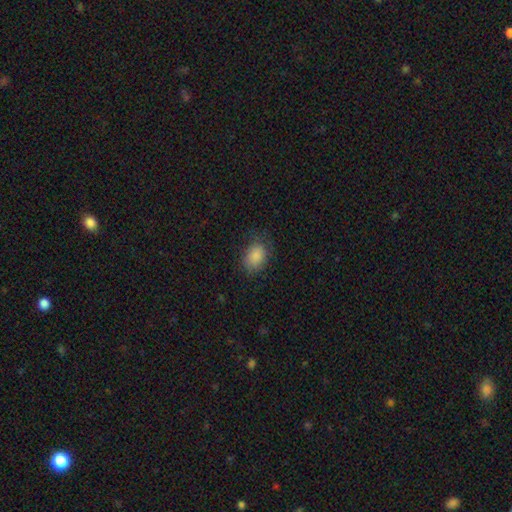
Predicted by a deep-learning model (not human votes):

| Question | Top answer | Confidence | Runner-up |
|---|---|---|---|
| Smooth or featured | smooth | 87% | star or artifact (8%) |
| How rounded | in between | 74% | round (25%) |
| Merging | none | 74% | minor disturbance (19%) |